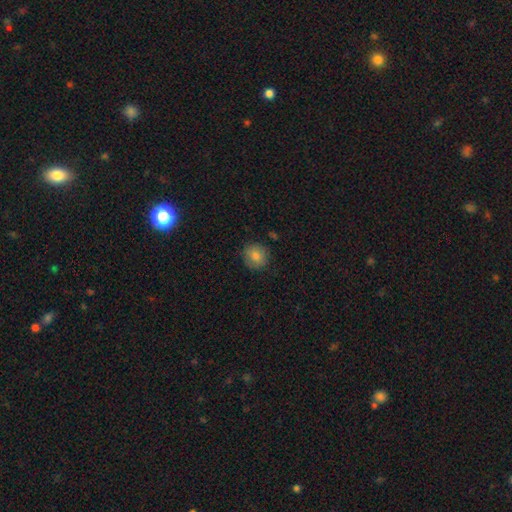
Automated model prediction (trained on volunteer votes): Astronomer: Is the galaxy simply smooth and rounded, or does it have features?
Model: smooth — 80%.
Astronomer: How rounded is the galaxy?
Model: round — 91%.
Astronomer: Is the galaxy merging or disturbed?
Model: none — 87%.